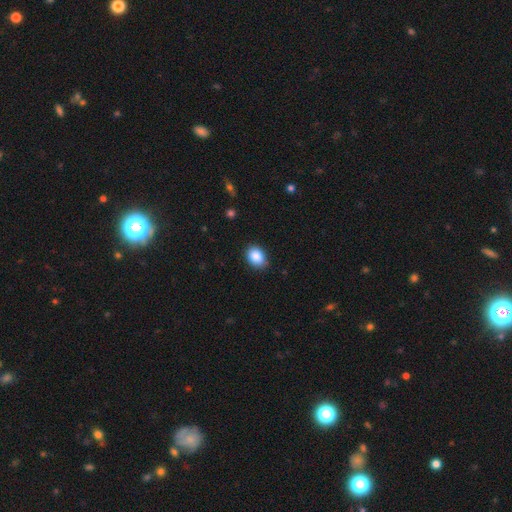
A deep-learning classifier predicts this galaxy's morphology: Q: Smooth or featured?
A: smooth (88%); runner-up: star or artifact (8%)
Q: How rounded?
A: in between (74%); runner-up: round (25%)
Q: Merging?
A: none (85%); runner-up: minor disturbance (11%)